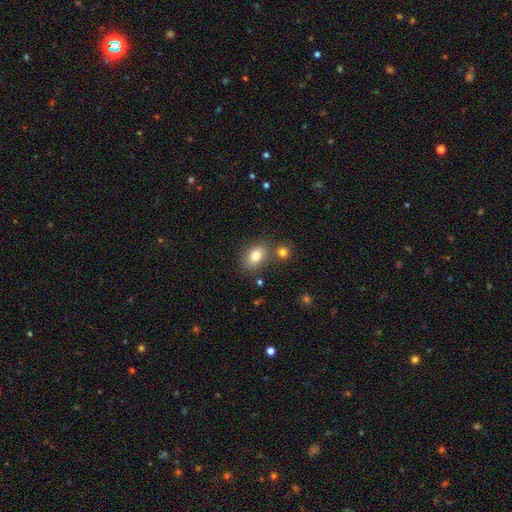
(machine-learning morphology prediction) Smooth or featured: smooth — 80% (featured or disk — 10%)
How rounded: in between — 78% (round — 21%)
Merging: none — 71% (merger — 14%)